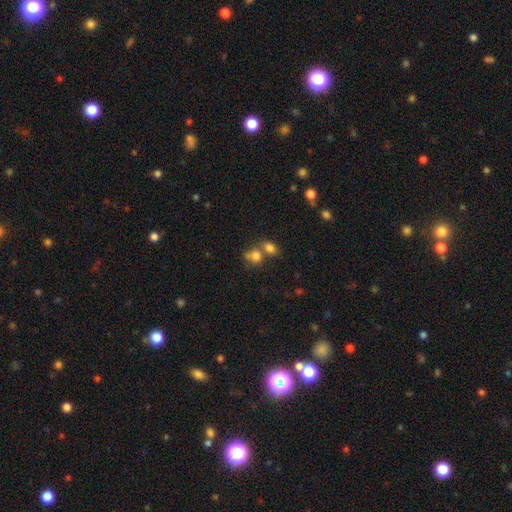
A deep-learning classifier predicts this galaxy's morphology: A smooth galaxy with no disk features (77%) that is round (55%).

Vote fractions:
- Smooth or featured? smooth: 77% / star or artifact: 12% / featured or disk: 10%
- How rounded? round: 55% / in between: 43% / cigar-shaped: 1%
- Merging? merger: 52% / none: 34% / minor disturbance: 9% / major disturbance: 5%